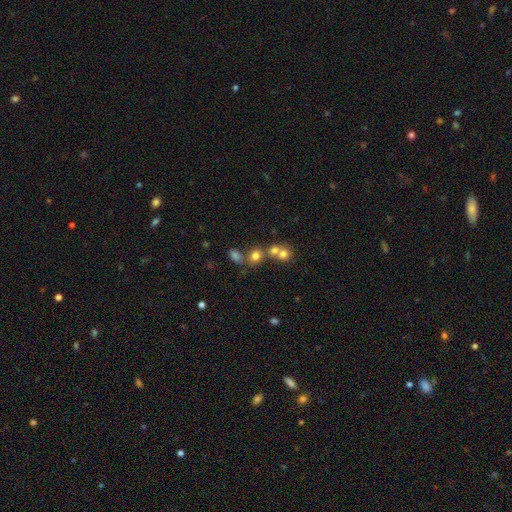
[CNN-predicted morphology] This is likely a smooth galaxy (71%). How rounded: likely round (66%). Merging: possibly none (47%).